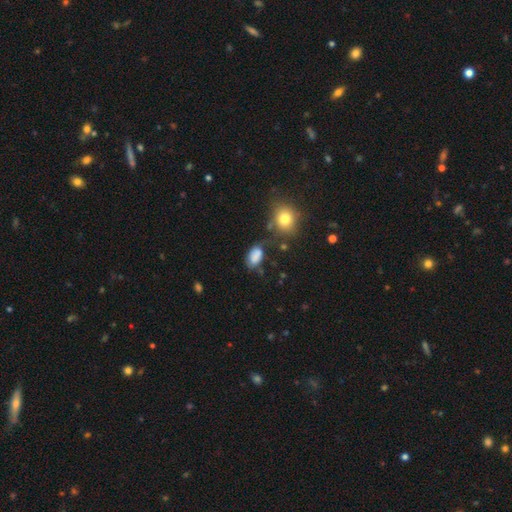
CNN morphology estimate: Smooth or featured? Predicted: smooth (p=0.81). How rounded? Predicted: in between (p=0.89). Merging? Predicted: none (p=0.50).